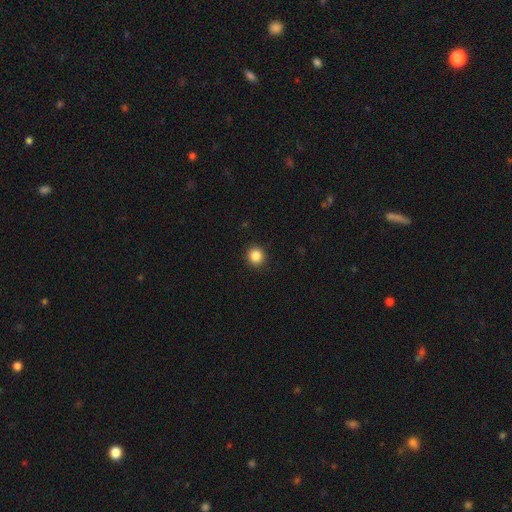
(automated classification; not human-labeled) Q: Smooth or featured?
A: smooth (86%); runner-up: star or artifact (10%)
Q: How rounded?
A: round (91%); runner-up: in between (8%)
Q: Merging?
A: none (92%); runner-up: minor disturbance (6%)